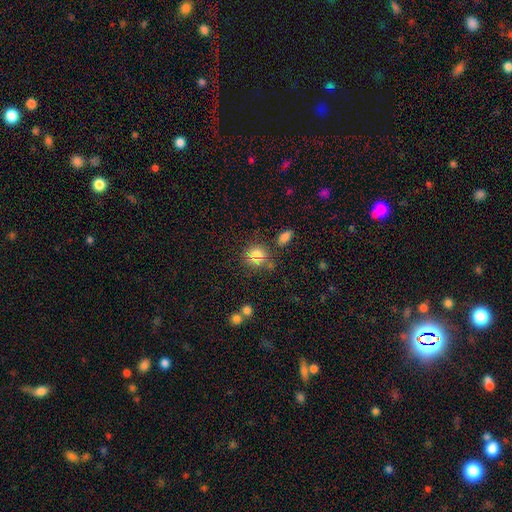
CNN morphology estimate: A smooth galaxy with no disk features (72%) that is round (80%).

Vote fractions:
- Smooth or featured? smooth: 72% / star or artifact: 17% / featured or disk: 11%
- How rounded? round: 80% / in between: 19% / cigar-shaped: 1%
- Merging? none: 65% / merger: 16% / minor disturbance: 14% / major disturbance: 5%